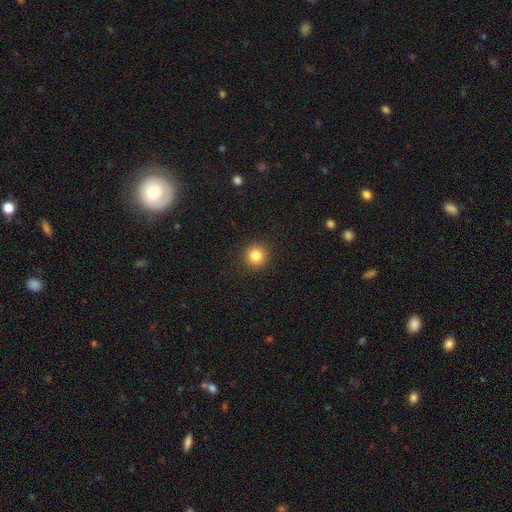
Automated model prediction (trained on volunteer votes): Overall: smooth (83%). How rounded: round (94%). Merging: none (92%).